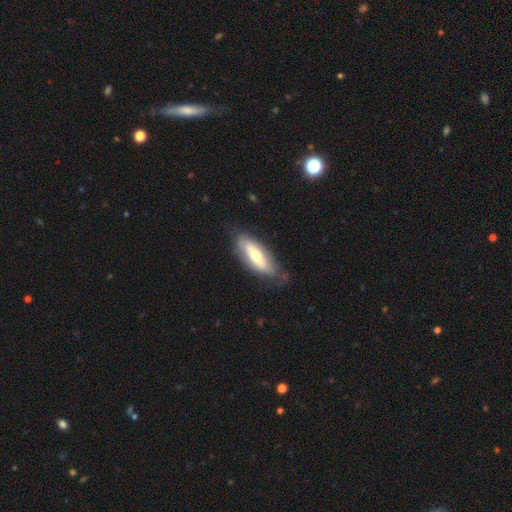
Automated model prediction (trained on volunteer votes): smooth_or_featured: smooth (p=0.50) [alt: featured or disk p=0.45]
merging: none (p=0.70) [alt: minor disturbance p=0.22]